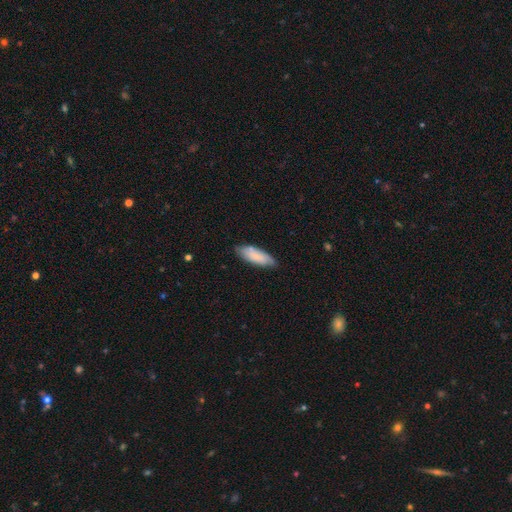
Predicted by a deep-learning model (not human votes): smooth 82%, featured or disk 12%, star or artifact 6%. Down the decision tree: how rounded — in between (65%); merging — none (74%).